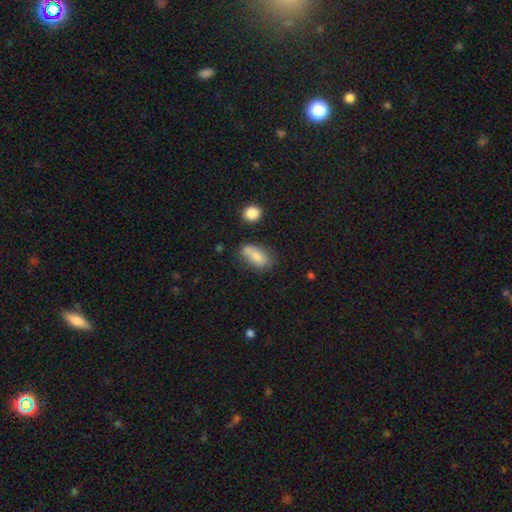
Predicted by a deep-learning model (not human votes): This appears to be a smooth galaxy with no disk features (76%) that is in between round and cigar-shaped (84%). Merging: none (50%).